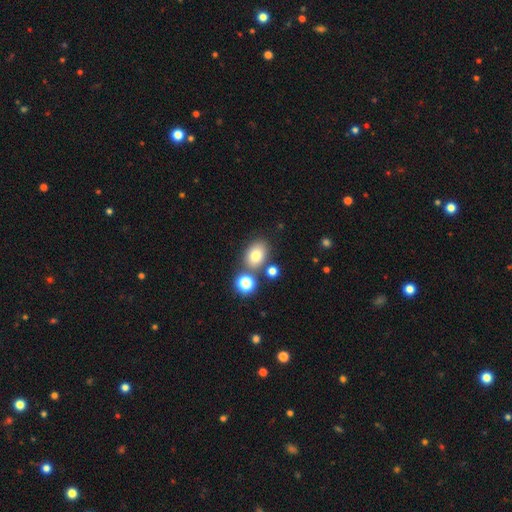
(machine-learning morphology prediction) A smooth galaxy with no disk features (77%) that is in between round and cigar-shaped (71%).

Vote fractions:
- Smooth or featured? smooth: 77% / star or artifact: 13% / featured or disk: 10%
- How rounded? in between: 71% / round: 28% / cigar-shaped: 1%
- Merging? none: 69% / merger: 15% / minor disturbance: 12% / major disturbance: 4%